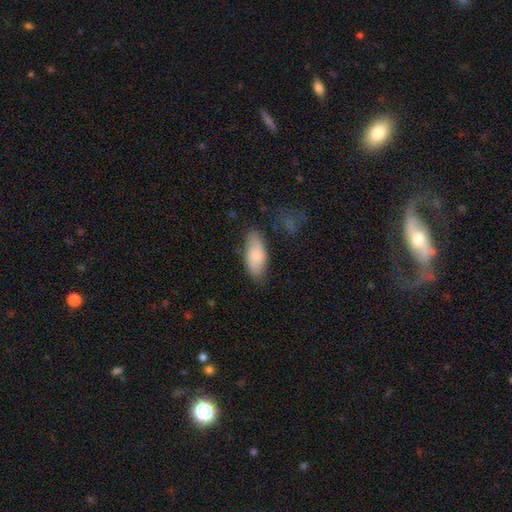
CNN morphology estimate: Overall: smooth (80%). How rounded: in between (85%). Merging: none (75%).